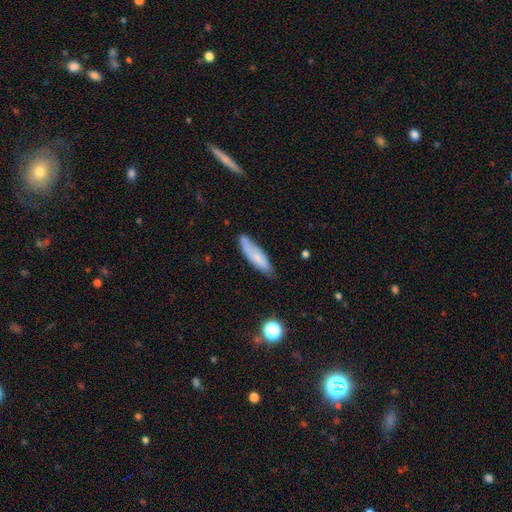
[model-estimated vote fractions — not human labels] Q: Smooth or featured?
A: smooth (69%); runner-up: featured or disk (23%)
Q: How rounded?
A: cigar-shaped (61%); runner-up: in between (38%)
Q: Merging?
A: none (64%); runner-up: minor disturbance (26%)